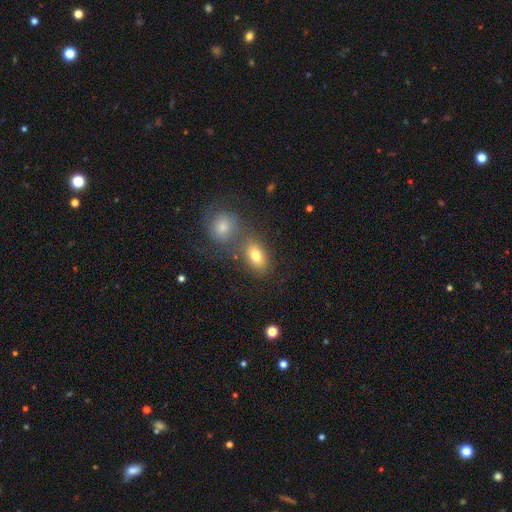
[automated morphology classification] A smooth galaxy with no disk features (77%) that is in between round and cigar-shaped (81%).

Vote fractions:
- Smooth or featured? smooth: 77% / featured or disk: 13% / star or artifact: 10%
- How rounded? in between: 81% / round: 16% / cigar-shaped: 3%
- Merging? none: 56% / merger: 27% / minor disturbance: 12% / major disturbance: 5%